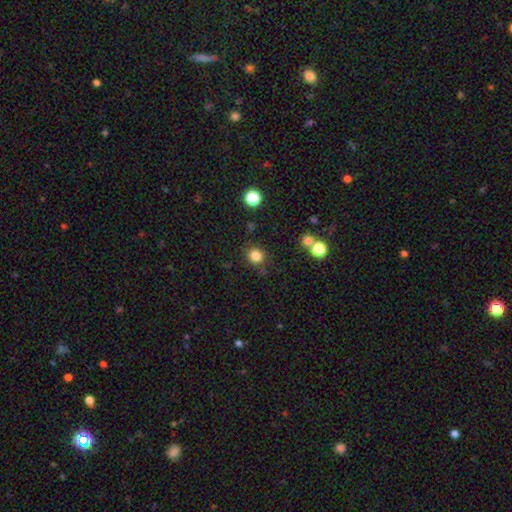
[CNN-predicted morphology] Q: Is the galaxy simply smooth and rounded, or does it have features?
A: smooth — 83%.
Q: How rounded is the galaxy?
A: round — 85%.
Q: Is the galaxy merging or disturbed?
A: none — 84%.